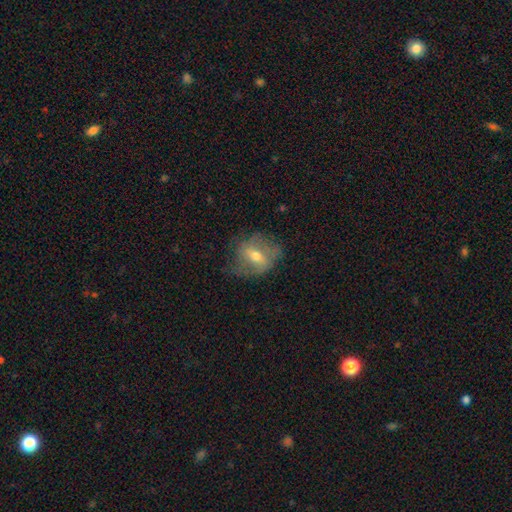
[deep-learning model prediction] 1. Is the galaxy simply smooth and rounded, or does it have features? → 53% featured or disk, 38% smooth, 9% star or artifact.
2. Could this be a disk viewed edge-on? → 92% no, 8% yes.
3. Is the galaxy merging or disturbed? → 58% none, 26% minor disturbance, 15% major disturbance, 1% merger.